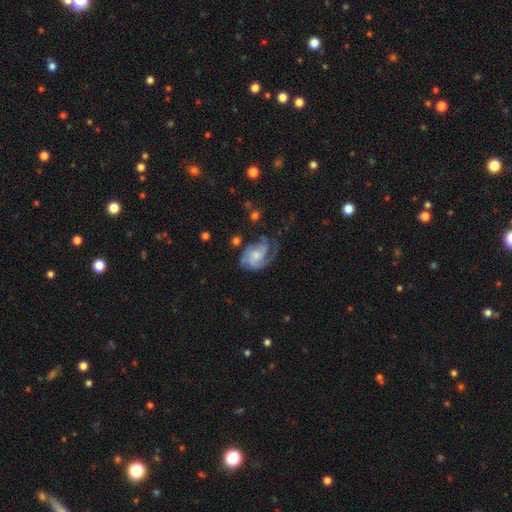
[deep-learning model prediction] This is likely a featured or disk galaxy (76%). It is clearly not viewed edge-on (97%). Bar: likely no (66%). Spiral arm pattern: clearly yes (92%). Spiral arm count: marginally 2 (29%). Spiral winding: marginally medium (42%). Central bulge: marginally small (44%). Merging: possibly none (46%).